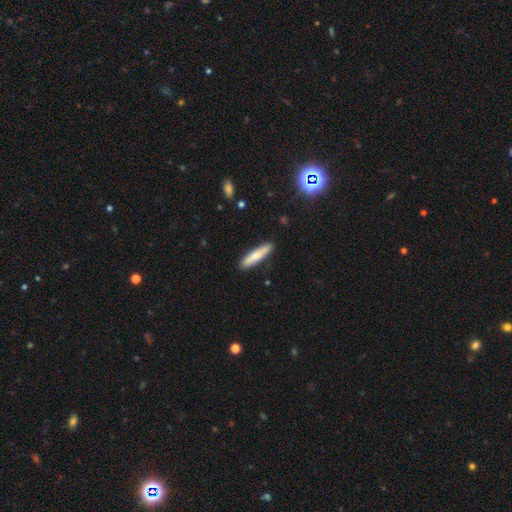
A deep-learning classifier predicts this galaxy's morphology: A smooth galaxy with no disk features (69%) that is cigar-shaped (87%).

Vote fractions:
- Smooth or featured? smooth: 69% / featured or disk: 26% / star or artifact: 6%
- How rounded? cigar-shaped: 87% / in between: 12% / round: 1%
- Merging? none: 89% / minor disturbance: 8% / major disturbance: 2% / merger: 1%